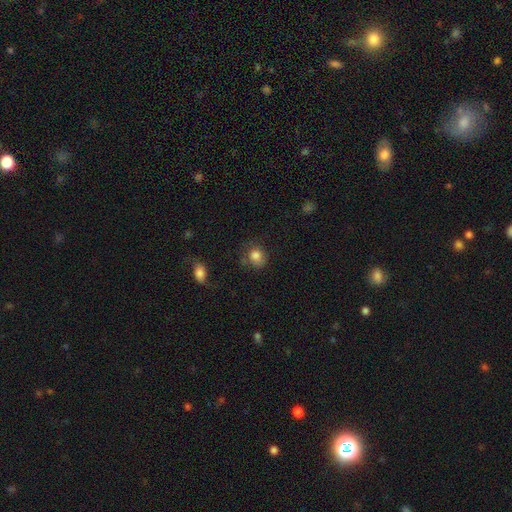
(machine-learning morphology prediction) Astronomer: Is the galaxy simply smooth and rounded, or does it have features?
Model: smooth — 82%.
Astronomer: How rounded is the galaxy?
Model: round — 70%.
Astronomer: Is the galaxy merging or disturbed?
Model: none — 61%.